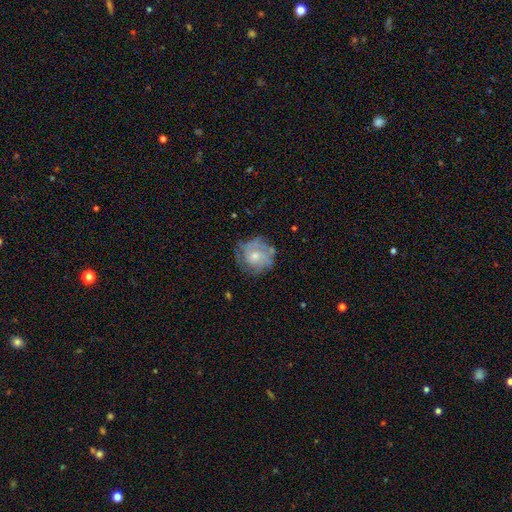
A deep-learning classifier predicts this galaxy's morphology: Q: Smooth or featured?
A: featured or disk (61%); runner-up: smooth (31%)
Q: Edge-on disk?
A: no (97%); runner-up: yes (3%)
Q: Bar?
A: no (81%); runner-up: weak (16%)
Q: Spiral arms?
A: yes (72%); runner-up: no (28%)
Q: Bulge size?
A: small (50%); runner-up: moderate (44%)
Q: Merging?
A: none (67%); runner-up: minor disturbance (21%)